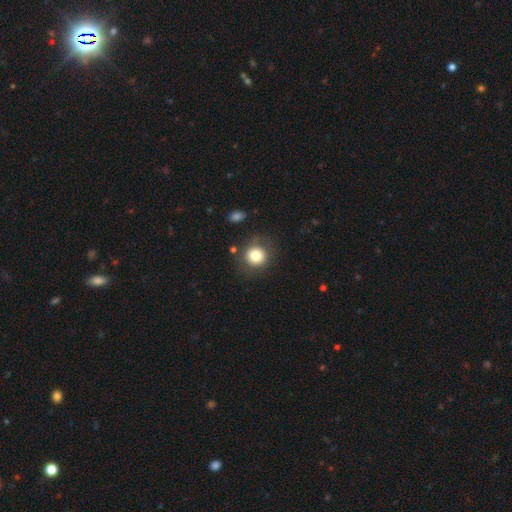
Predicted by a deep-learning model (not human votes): A smooth galaxy with no disk features (80%) that is round (90%). Merging: none (79%).